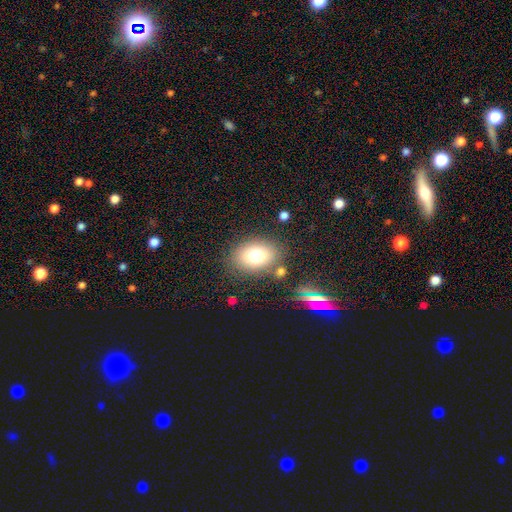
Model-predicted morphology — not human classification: Smooth or featured? smooth (74%)
How rounded? in between (66%)
Merging? none (77%)